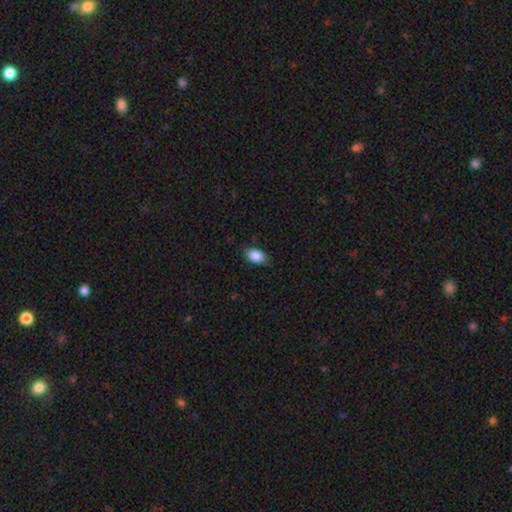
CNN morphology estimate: smooth 87%, star or artifact 7%, featured or disk 6%. Down the decision tree: how rounded — in between (90%); merging — none (83%).